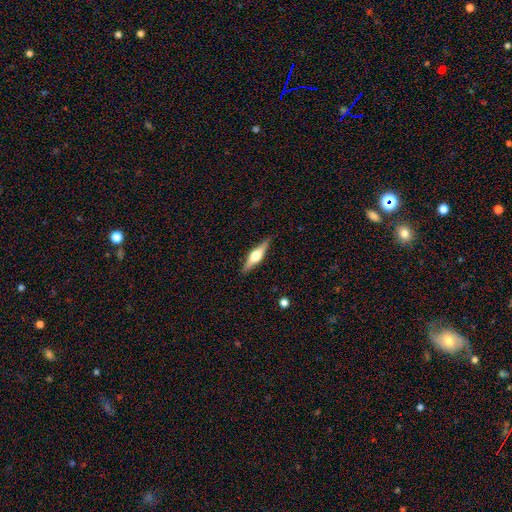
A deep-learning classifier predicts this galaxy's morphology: Smooth or featured: featured or disk — 66% (smooth — 28%)
Edge-on disk: yes — 97% (no — 3%)
Edge-on bulge: rounded — 92% (boxy — 7%)
Merging: none — 89% (minor disturbance — 9%)